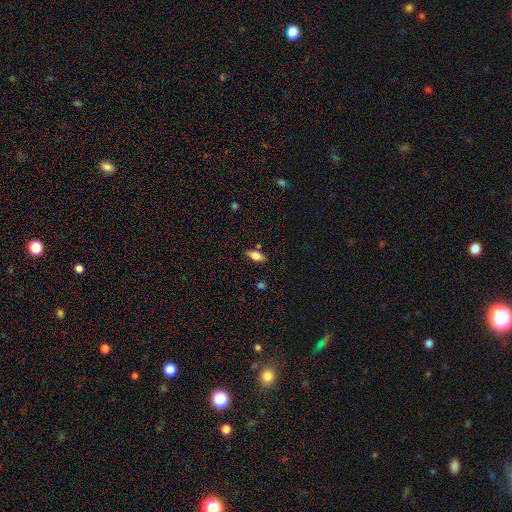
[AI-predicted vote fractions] A smooth galaxy with no disk features (64%) that is in between round and cigar-shaped (79%). Merging: none (83%).